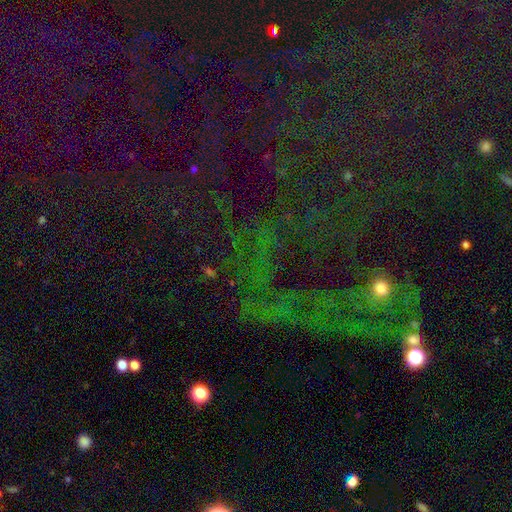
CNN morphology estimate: star or artifact 78%, smooth 12%, featured or disk 10%.